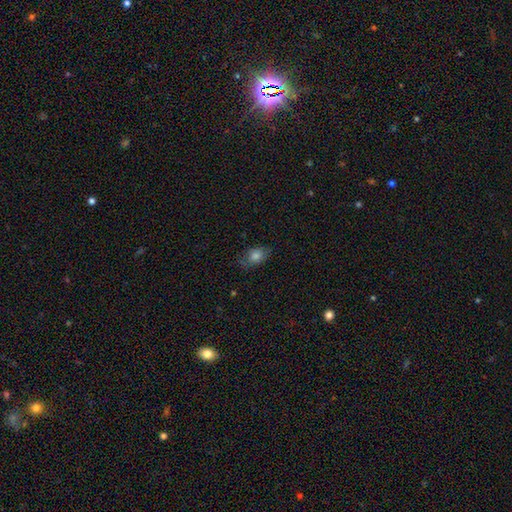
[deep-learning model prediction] Smooth or featured? Predicted: smooth (p=0.72). How rounded? Predicted: in between (p=0.75). Merging? Predicted: none (p=0.70).